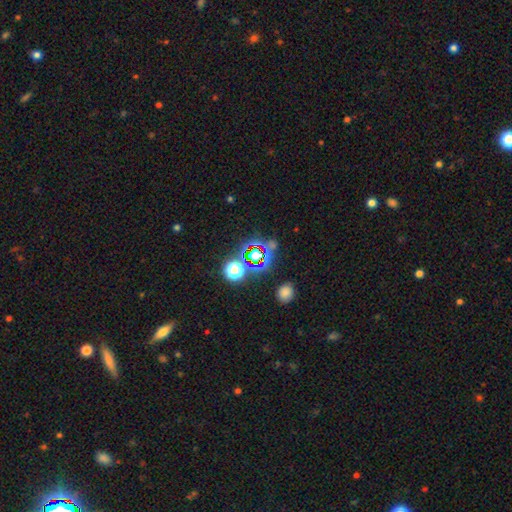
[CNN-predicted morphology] A star or artifact, not a galaxy (72%).

Vote fractions:
- Smooth or featured? star or artifact: 72% / smooth: 19% / featured or disk: 9%